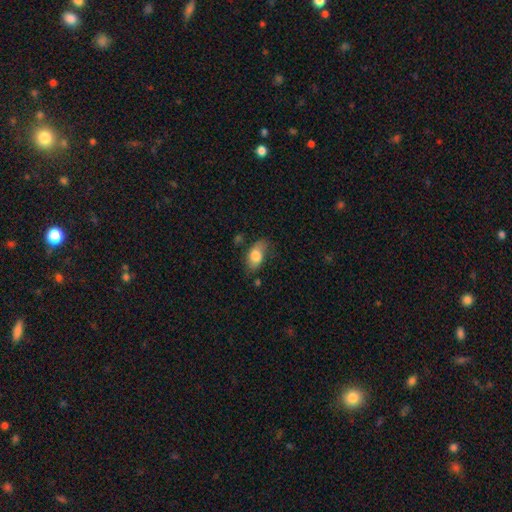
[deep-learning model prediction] smooth_or_featured: smooth (p=0.76) [alt: featured or disk p=0.17]
how_rounded: in between (p=0.89) [alt: round p=0.08]
merging: none (p=0.59) [alt: minor disturbance p=0.29]